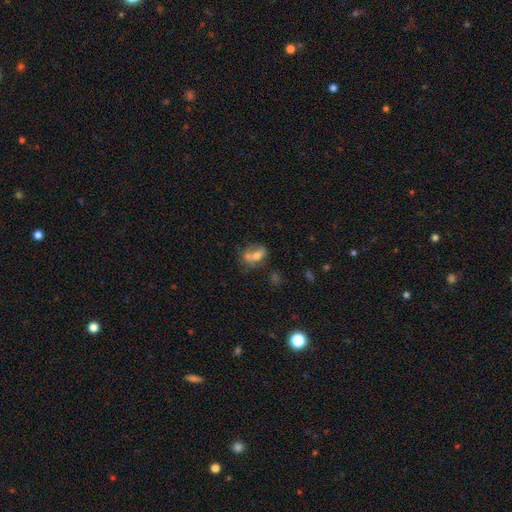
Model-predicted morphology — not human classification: Smooth or featured? smooth (48%)
Merging? none (38%)